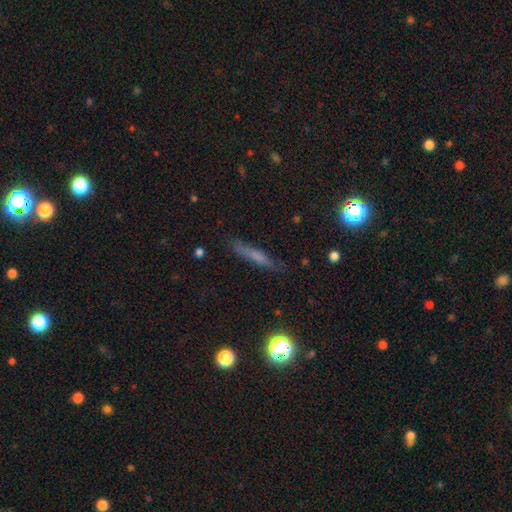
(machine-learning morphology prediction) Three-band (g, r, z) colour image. It shows a smooth galaxy with no disk features (55%) that is cigar-shaped (87%). Merging: none (81%).